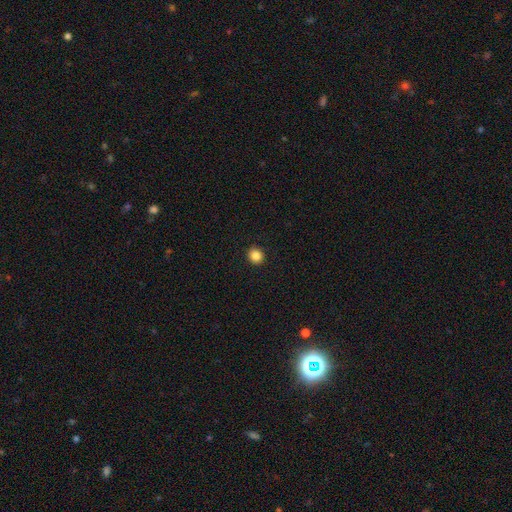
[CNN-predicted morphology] Smooth or featured?
  - smooth: 86% *
  - star or artifact: 10%
  - featured or disk: 4%
How rounded?
  - round: 90% *
  - in between: 9%
  - cigar-shaped: 1%
Merging?
  - none: 93% *
  - minor disturbance: 5%
  - major disturbance: 2%
  - merger: 1%